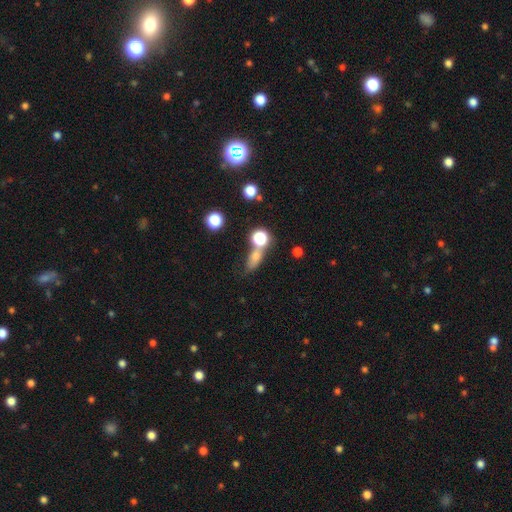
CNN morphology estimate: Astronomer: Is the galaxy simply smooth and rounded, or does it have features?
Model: smooth — 66%.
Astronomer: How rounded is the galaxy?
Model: in between — 51% (runner-up: round, 32%).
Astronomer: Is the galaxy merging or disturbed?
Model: none — 48% (runner-up: merger, 30%).